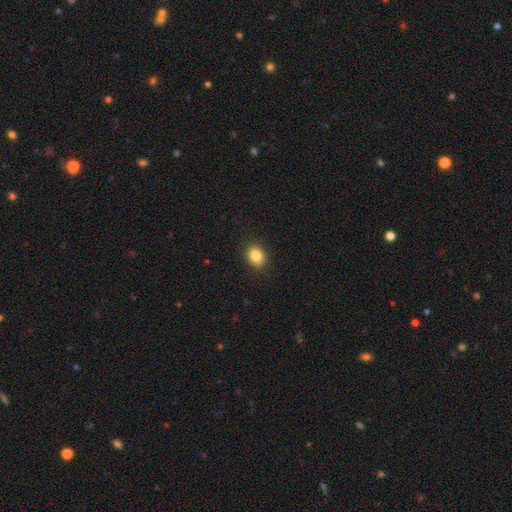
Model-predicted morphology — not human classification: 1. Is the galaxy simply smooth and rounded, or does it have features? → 84% smooth, 10% star or artifact, 6% featured or disk.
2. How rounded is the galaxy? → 52% in between, 47% round, 1% cigar-shaped.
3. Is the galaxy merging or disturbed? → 88% none, 9% minor disturbance, 2% major disturbance, 1% merger.